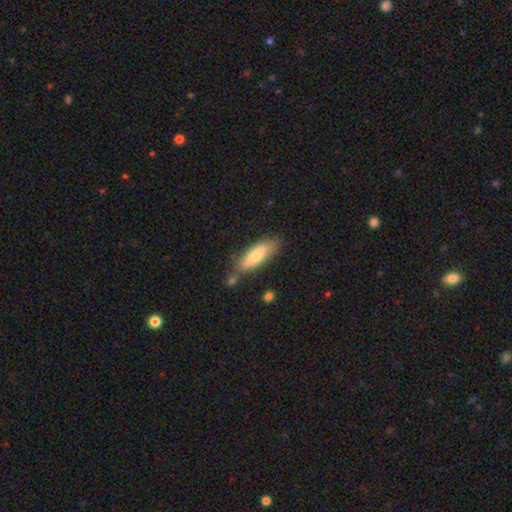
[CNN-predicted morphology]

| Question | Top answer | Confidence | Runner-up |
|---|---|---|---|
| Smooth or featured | smooth | 70% | featured or disk (23%) |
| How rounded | in between | 53% | cigar-shaped (45%) |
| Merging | none | 73% | minor disturbance (17%) |